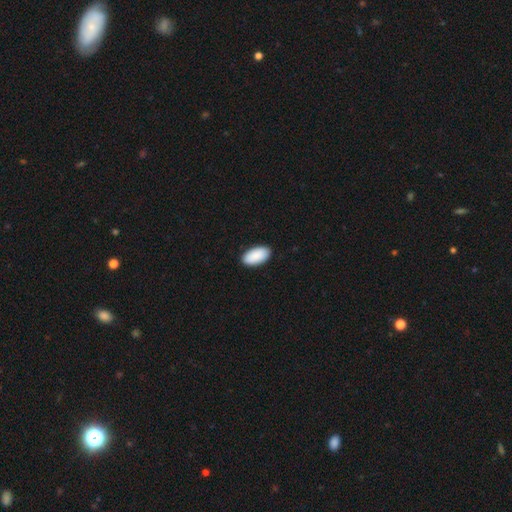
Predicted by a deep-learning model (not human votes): A smooth galaxy with no disk features (92%) that is in between round and cigar-shaped (96%).

Vote fractions:
- Smooth or featured? smooth: 92% / star or artifact: 6% / featured or disk: 3%
- How rounded? in between: 96% / cigar-shaped: 2% / round: 2%
- Merging? none: 90% / minor disturbance: 7% / major disturbance: 1% / merger: 1%